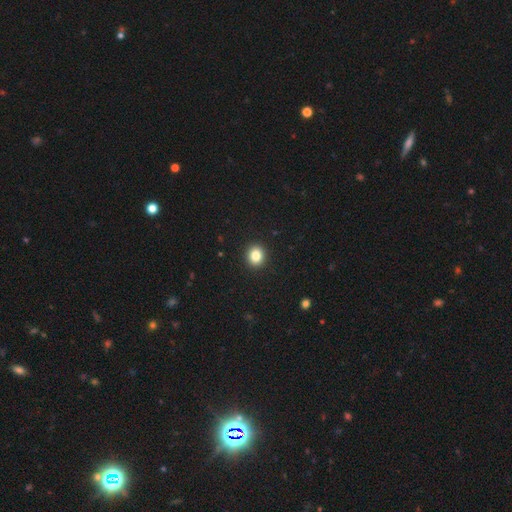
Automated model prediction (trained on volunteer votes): smooth-or-featured: smooth: 84% | star or artifact: 11% | featured or disk: 5%
  how-rounded: round: 78% | in between: 21% | cigar-shaped: 1%
  merging: none: 92% | minor disturbance: 5% | major disturbance: 2% | merger: 1%